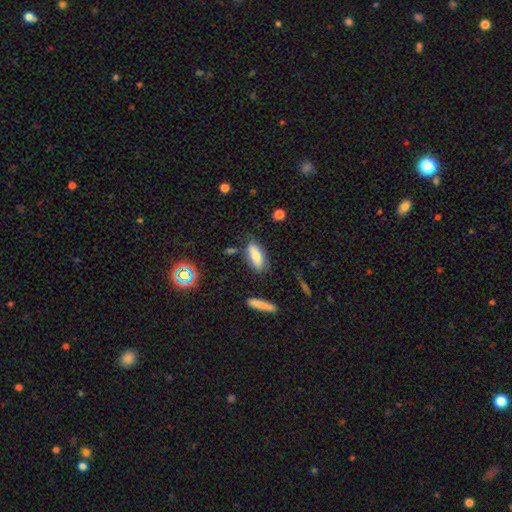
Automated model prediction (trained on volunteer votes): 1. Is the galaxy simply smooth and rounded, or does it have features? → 78% smooth, 14% featured or disk, 8% star or artifact.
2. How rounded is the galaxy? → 77% in between, 20% cigar-shaped, 2% round.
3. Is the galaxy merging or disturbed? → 72% none, 19% minor disturbance, 5% major disturbance, 4% merger.